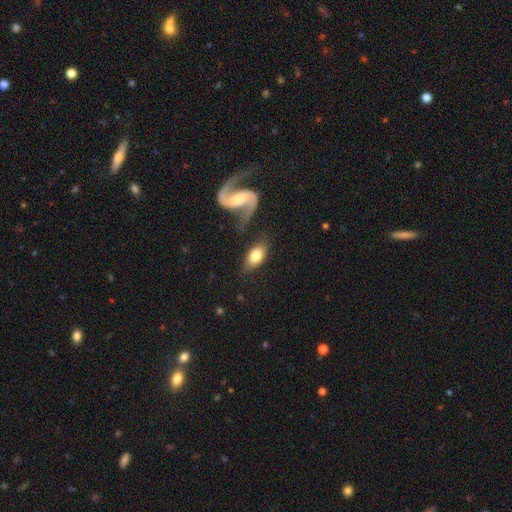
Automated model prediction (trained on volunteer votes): Morphology: type=smooth (67%); roundness=in between (89%); merging=none (68%).